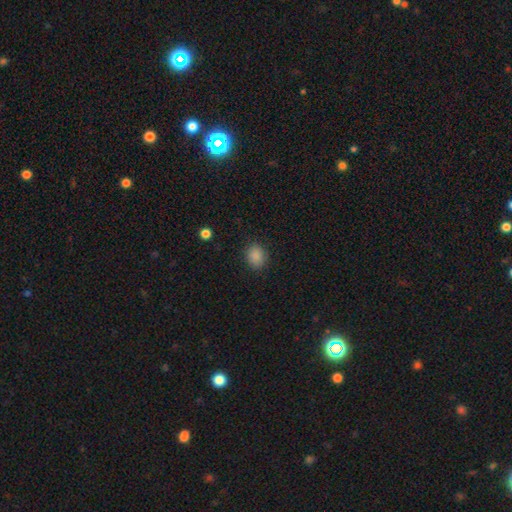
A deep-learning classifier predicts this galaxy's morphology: Smooth or featured: smooth — 87% (star or artifact — 10%)
How rounded: round — 61% (in between — 38%)
Merging: none — 87% (minor disturbance — 9%)